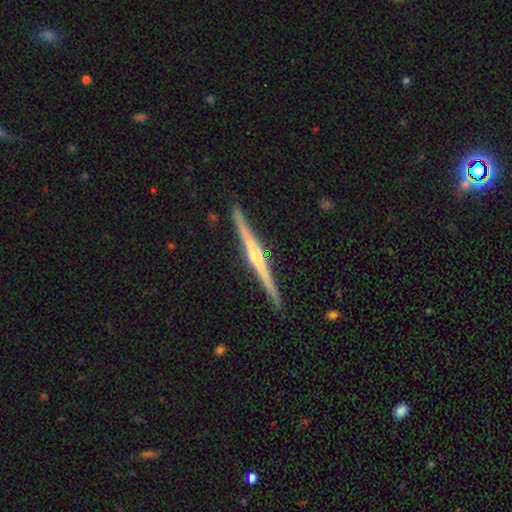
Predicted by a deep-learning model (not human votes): smooth-or-featured: featured or disk: 84% | smooth: 12% | star or artifact: 5%
  disk-edge-on: yes: 99% | no: 1%
    edge-on-bulge: rounded: 78% | none: 12% | boxy: 10%
  merging: none: 92% | minor disturbance: 6% | merger: 1% | major disturbance: 1%